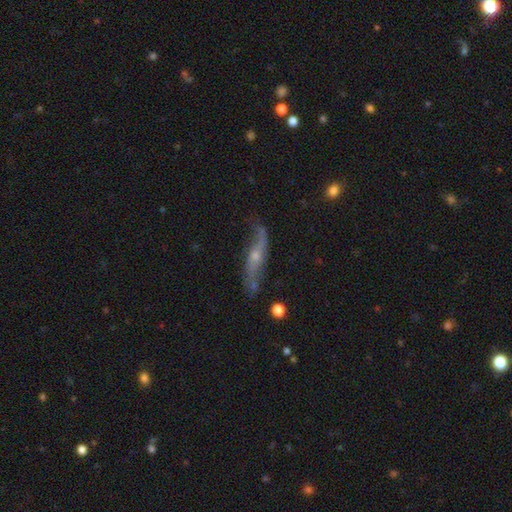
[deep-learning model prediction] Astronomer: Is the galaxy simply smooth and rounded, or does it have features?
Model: featured or disk — 77%.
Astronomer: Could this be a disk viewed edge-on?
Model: no — 66%.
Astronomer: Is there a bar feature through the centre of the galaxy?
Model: no — 64%.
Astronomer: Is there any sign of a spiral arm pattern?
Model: yes — 87%.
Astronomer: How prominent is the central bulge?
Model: small — 54% (runner-up: moderate, 39%).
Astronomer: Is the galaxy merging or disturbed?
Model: none — 62%.